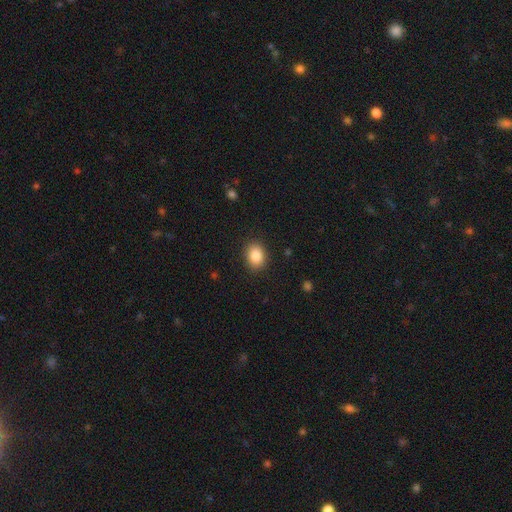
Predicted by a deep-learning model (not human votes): Smooth or featured: smooth — 87% (star or artifact — 8%)
How rounded: in between — 60% (round — 39%)
Merging: none — 88% (minor disturbance — 8%)